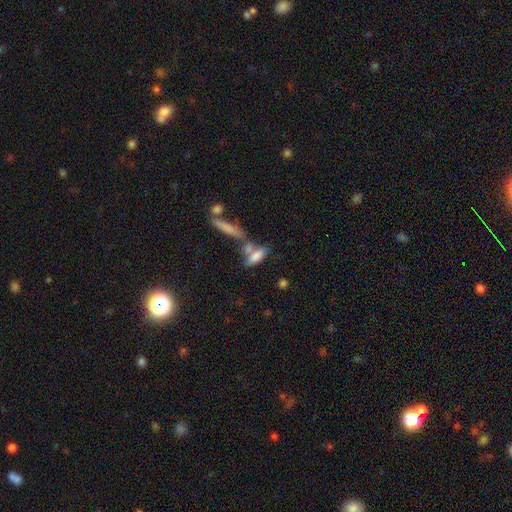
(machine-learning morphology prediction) Smooth or featured: smooth — 74% (featured or disk — 18%)
How rounded: in between — 57% (cigar-shaped — 40%)
Merging: none — 42% (merger — 39%)